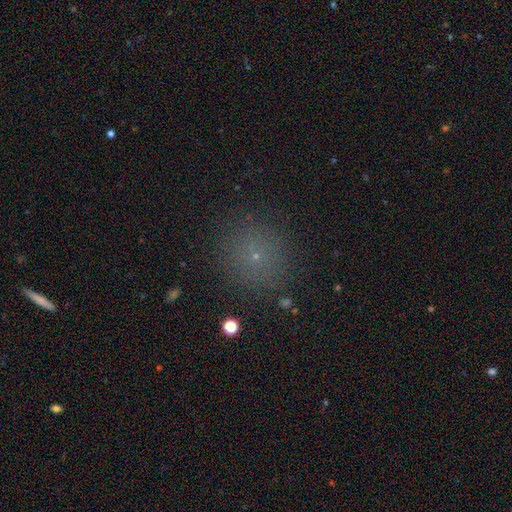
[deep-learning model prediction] The model was most divided on "smooth or featured": smooth: 65%, star or artifact: 27%, featured or disk: 8%. More confident: how rounded — round (93%); merging — none (88%).